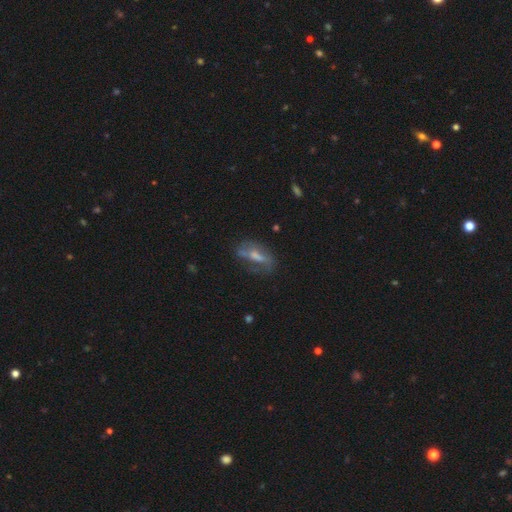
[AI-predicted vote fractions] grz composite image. It shows a featured or disk galaxy (52%). Merging: none (50%).